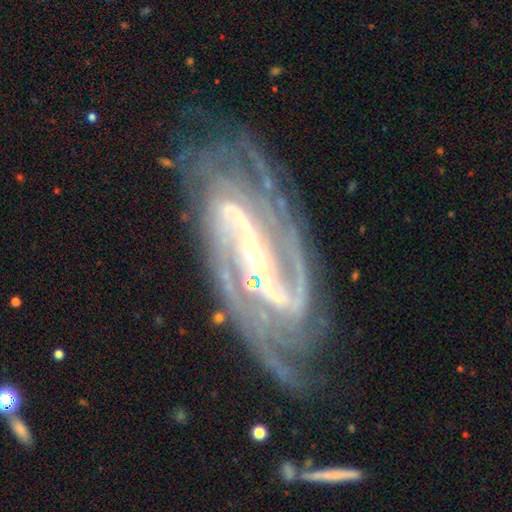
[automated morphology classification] Q: Smooth or featured?
A: featured or disk (92%); runner-up: star or artifact (5%)
Q: Edge-on disk?
A: no (95%); runner-up: yes (5%)
Q: Bar?
A: strong (63%); runner-up: weak (23%)
Q: Spiral arms?
A: yes (98%); runner-up: no (2%)
Q: Spiral winding?
A: medium (46%); runner-up: tight (37%)
Q: Spiral arm count?
A: 2 (55%); runner-up: 3 (14%)
Q: Bulge size?
A: small (83%); runner-up: moderate (12%)
Q: Merging?
A: none (70%); runner-up: minor disturbance (17%)